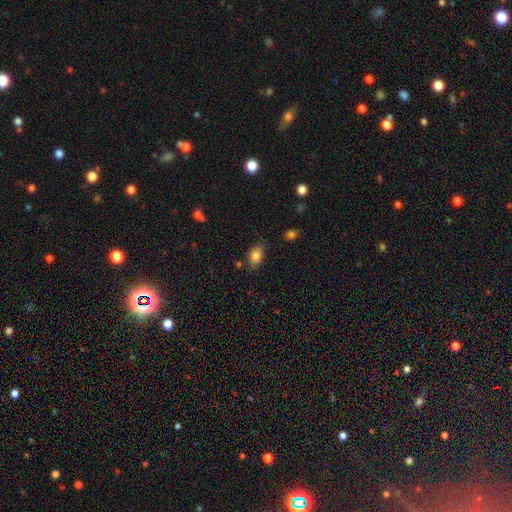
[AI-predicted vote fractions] A smooth galaxy with no disk features (83%) that is in between round and cigar-shaped (84%). Merging: none (76%).